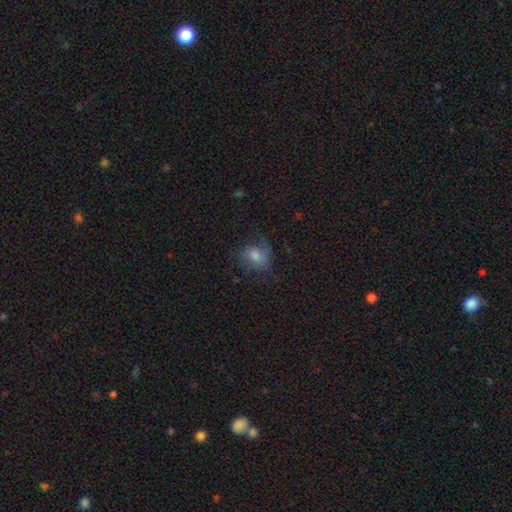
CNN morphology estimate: This appears to be a smooth galaxy with no disk features (56%) that is round (55%). Merging: none (58%).